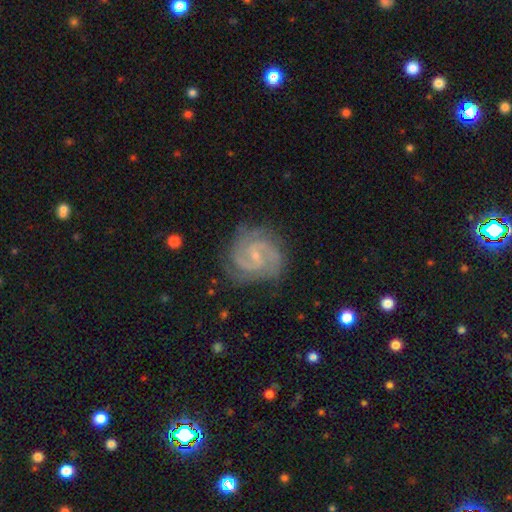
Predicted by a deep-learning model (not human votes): Smooth or featured? featured or disk (90%)
Edge-on disk? no (98%)
Bar? weak (50%)
Spiral arms? yes (98%)
Spiral winding? medium (50%)
Spiral arm count? 2 (64%)
Bulge size? small (79%)
Merging? none (78%)